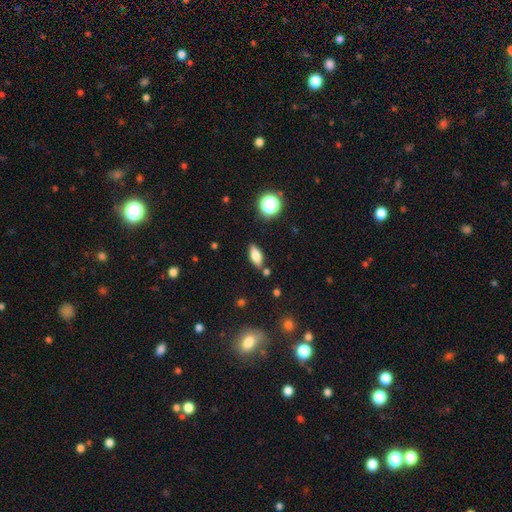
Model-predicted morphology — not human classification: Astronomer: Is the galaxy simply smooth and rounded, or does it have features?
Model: smooth — 66%.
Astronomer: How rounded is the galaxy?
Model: in between — 75%.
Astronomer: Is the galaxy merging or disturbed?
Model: none — 79%.